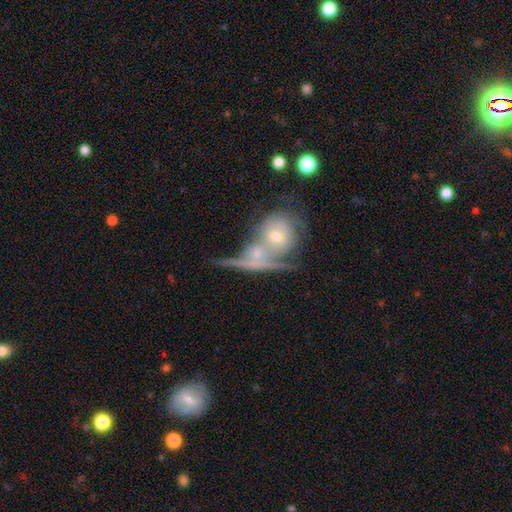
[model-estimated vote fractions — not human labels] This is likely a featured or disk galaxy (66%). It is possibly not viewed edge-on (50%, tied with yes). Merging: possibly merger (50%).